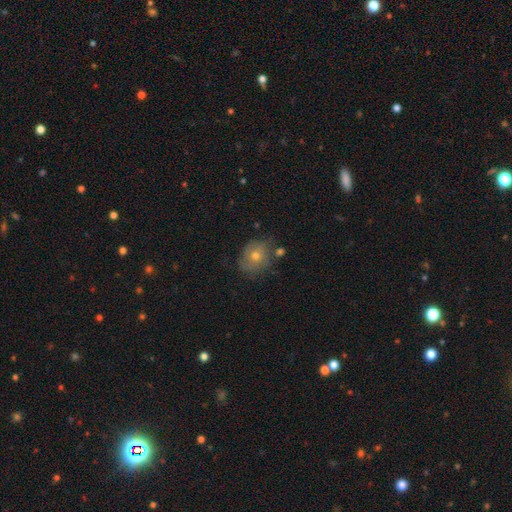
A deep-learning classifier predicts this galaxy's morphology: This appears to be a smooth galaxy with no disk features (49%). Merging: none (69%).